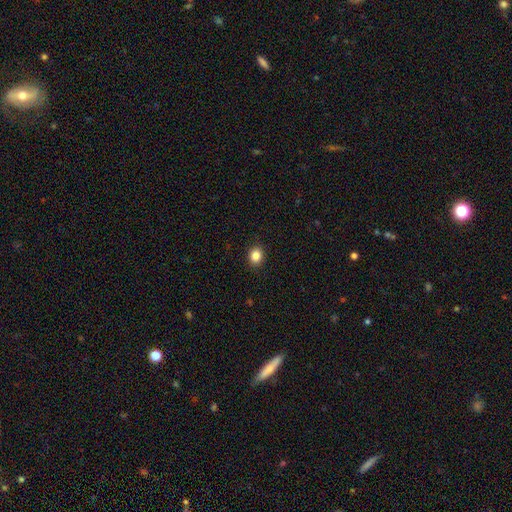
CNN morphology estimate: Overall: smooth (86%). How rounded: round (60%; in between 39%). Merging: none (90%).